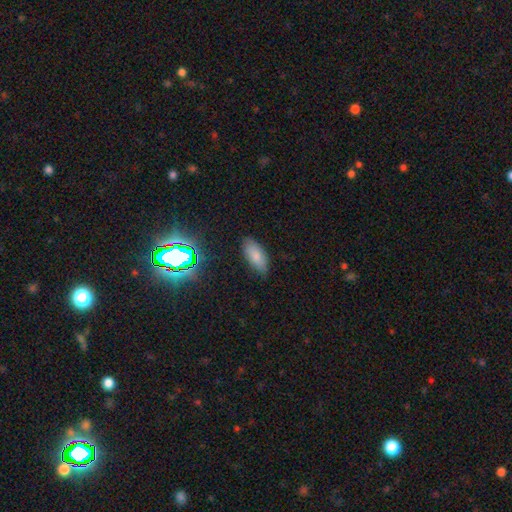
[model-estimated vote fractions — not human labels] A smooth galaxy with no disk features (78%) that is in between round and cigar-shaped (88%). Merging: none (82%).